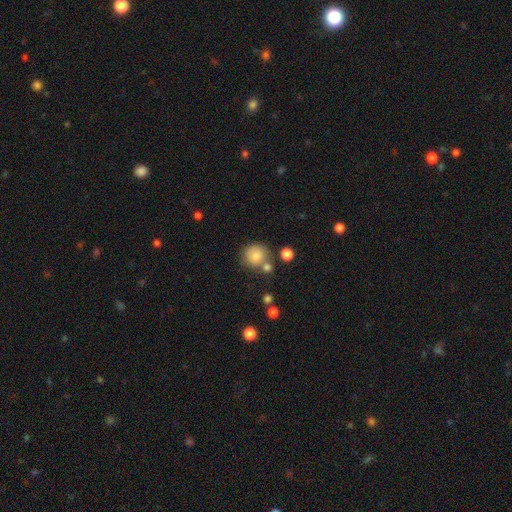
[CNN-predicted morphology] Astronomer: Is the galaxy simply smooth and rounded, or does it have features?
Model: smooth — 82%.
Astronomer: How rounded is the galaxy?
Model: round — 87%.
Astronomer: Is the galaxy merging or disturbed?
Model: none — 64%.